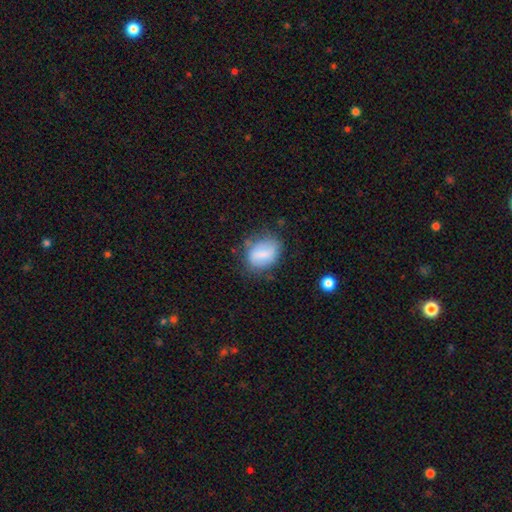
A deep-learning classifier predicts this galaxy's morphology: Smooth or featured?
  - smooth: 73% *
  - featured or disk: 19%
  - star or artifact: 8%
How rounded?
  - in between: 68% *
  - round: 30%
  - cigar-shaped: 2%
Merging?
  - none: 61% *
  - minor disturbance: 26%
  - major disturbance: 10%
  - merger: 3%